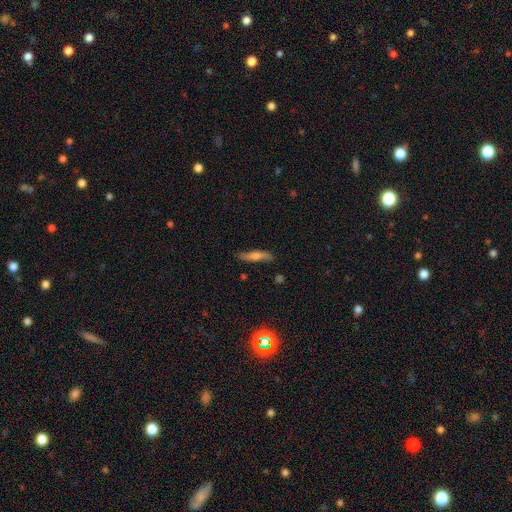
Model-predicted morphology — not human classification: Overall: smooth (56%; featured or disk 37%). How rounded: cigar-shaped (80%). Merging: none (83%).